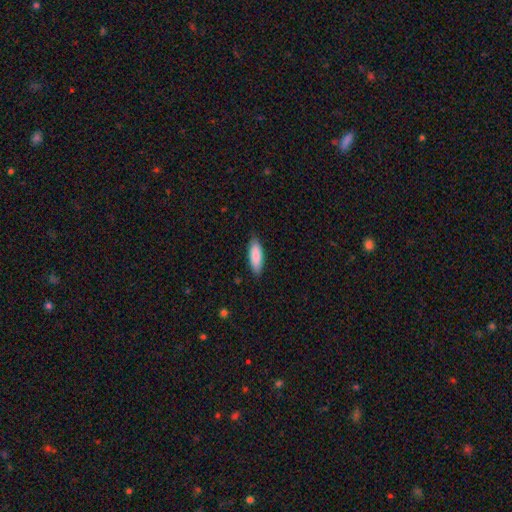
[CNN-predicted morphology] Overall: smooth (87%). How rounded: in between (61%; cigar-shaped 37%). Merging: none (85%).